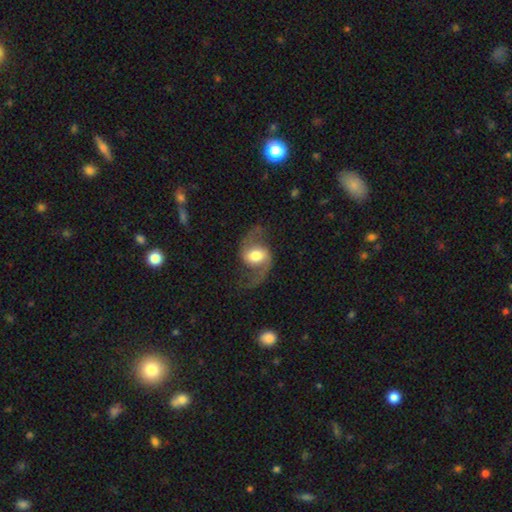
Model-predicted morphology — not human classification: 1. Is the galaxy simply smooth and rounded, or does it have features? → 85% featured or disk, 9% smooth, 6% star or artifact.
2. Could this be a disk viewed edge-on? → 97% no, 3% yes.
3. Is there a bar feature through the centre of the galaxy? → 41% no (tied), 41% weak (tied), 18% strong.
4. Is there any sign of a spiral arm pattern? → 96% yes, 4% no.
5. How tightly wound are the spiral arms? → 66% loose, 30% medium, 5% tight.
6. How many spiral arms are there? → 94% 2, 2% 1, 2% can't tell, 1% 3, 1% 4, 1% more than 4.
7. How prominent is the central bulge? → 49% moderate, 37% large, 7% small, 6% dominant, 2% none.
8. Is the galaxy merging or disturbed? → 72% none, 14% minor disturbance, 12% major disturbance, 2% merger.